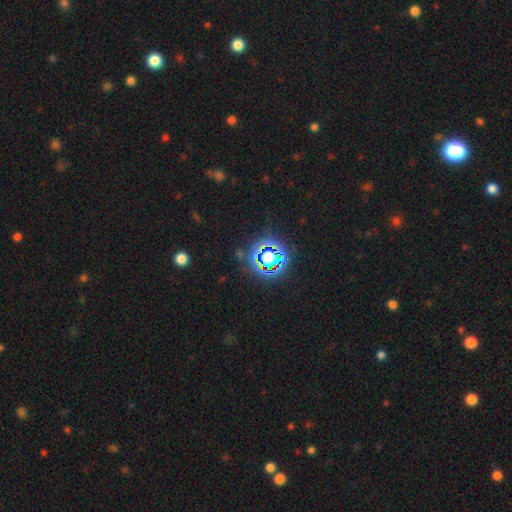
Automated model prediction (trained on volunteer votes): This appears to be a star or artifact, not a galaxy (81%).